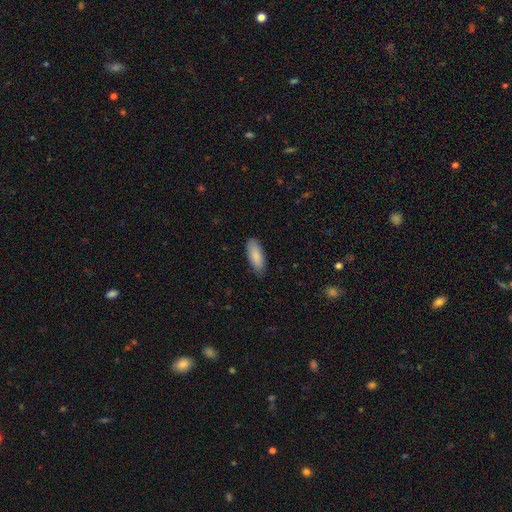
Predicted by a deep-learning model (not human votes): smooth-or-featured: smooth: 87% | featured or disk: 7% | star or artifact: 6%
  how-rounded: in between: 76% | cigar-shaped: 23% | round: 2%
  merging: none: 86% | minor disturbance: 11% | major disturbance: 2% | merger: 1%